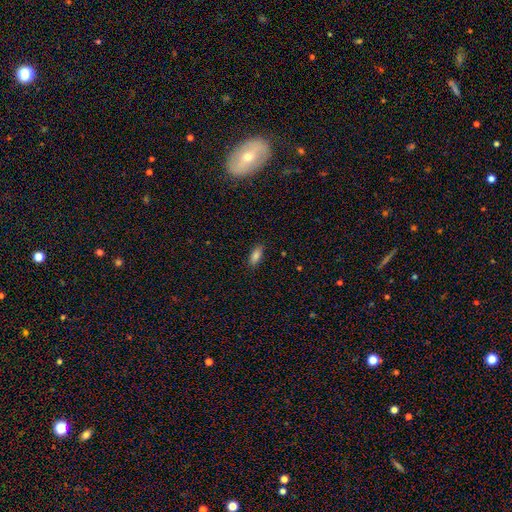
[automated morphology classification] Smooth or featured? Predicted: smooth (p=0.85). How rounded? Predicted: in between (p=0.83). Merging? Predicted: none (p=0.87).